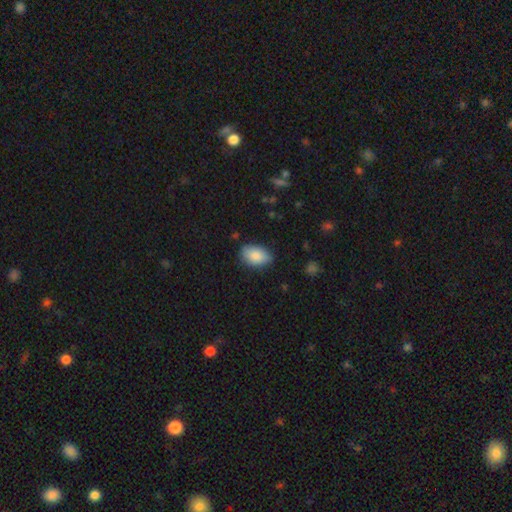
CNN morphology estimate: Smooth or featured? smooth (87%)
How rounded? in between (91%)
Merging? none (78%)